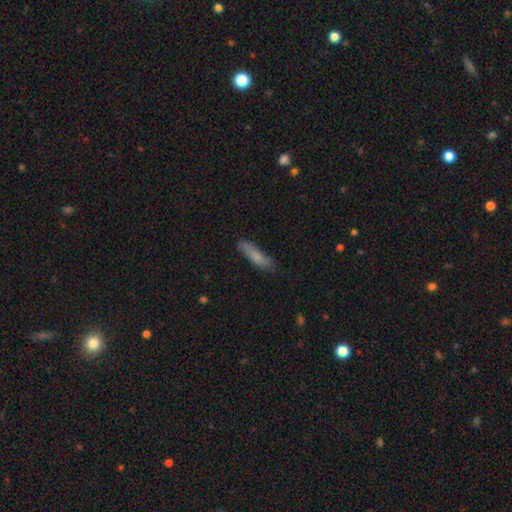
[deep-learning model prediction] Overall: smooth (73%). How rounded: cigar-shaped (69%). Merging: none (77%).